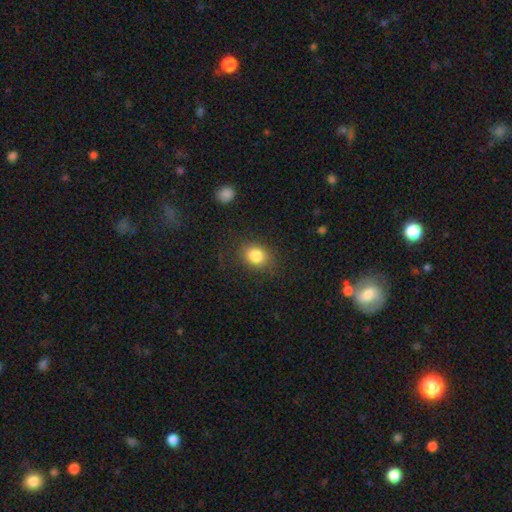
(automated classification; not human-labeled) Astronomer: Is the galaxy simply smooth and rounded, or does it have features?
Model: smooth — 83%.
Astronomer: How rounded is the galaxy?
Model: in between — 54% (runner-up: round, 45%).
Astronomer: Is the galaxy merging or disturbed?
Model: none — 78%.